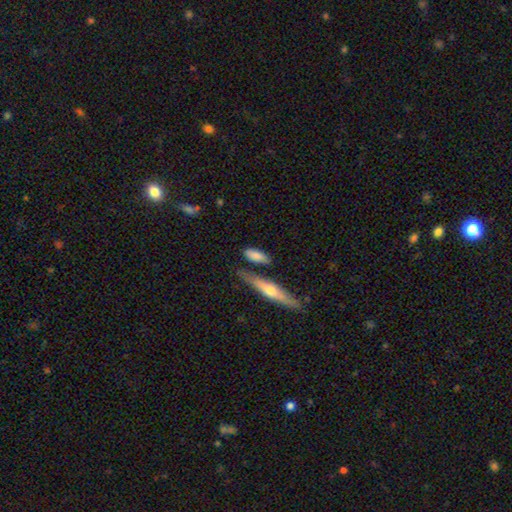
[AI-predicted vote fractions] This appears to be a smooth galaxy with no disk features (78%) that is in between round and cigar-shaped (69%). Merging: none (68%).